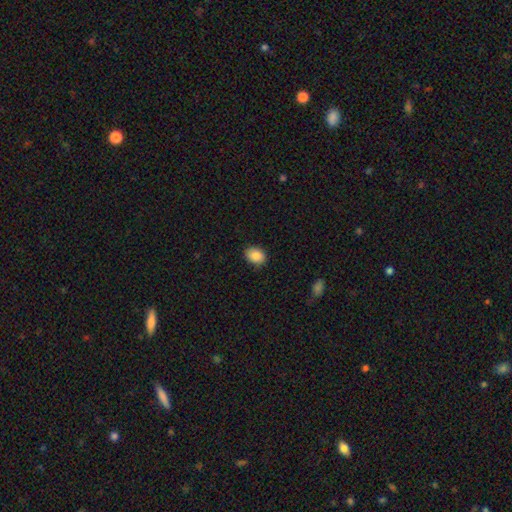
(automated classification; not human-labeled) Q: Smooth or featured?
A: smooth (88%); runner-up: star or artifact (8%)
Q: How rounded?
A: in between (67%); runner-up: round (32%)
Q: Merging?
A: none (88%); runner-up: minor disturbance (9%)